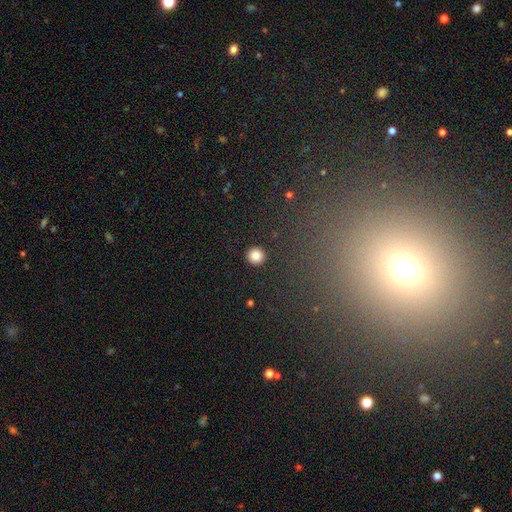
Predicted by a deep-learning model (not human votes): smooth-or-featured: smooth: 84% | star or artifact: 11% | featured or disk: 5%
  how-rounded: round: 95% | in between: 4% | cigar-shaped: 1%
  merging: none: 93% | minor disturbance: 4% | major disturbance: 2% | merger: 1%